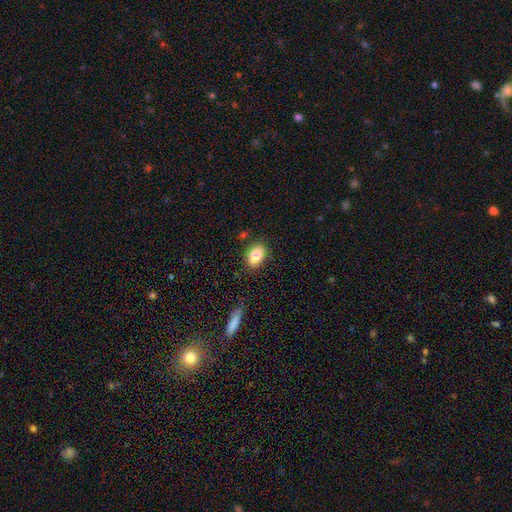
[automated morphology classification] Smooth or featured: smooth — 87% (star or artifact — 7%)
How rounded: in between — 87% (round — 11%)
Merging: none — 81% (minor disturbance — 13%)